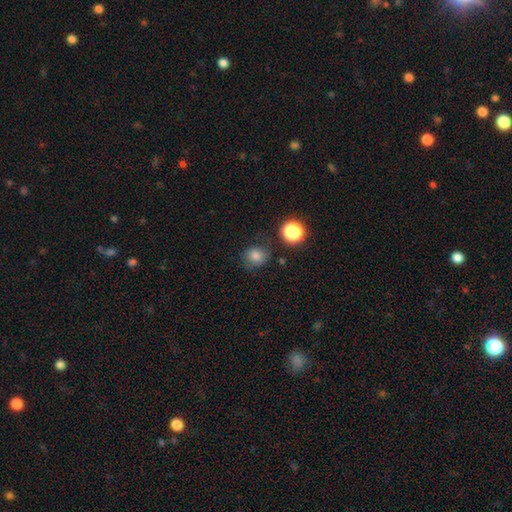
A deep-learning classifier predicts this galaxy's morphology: Smooth or featured: smooth — 79% (star or artifact — 14%)
How rounded: round — 82% (in between — 17%)
Merging: none — 75% (minor disturbance — 15%)